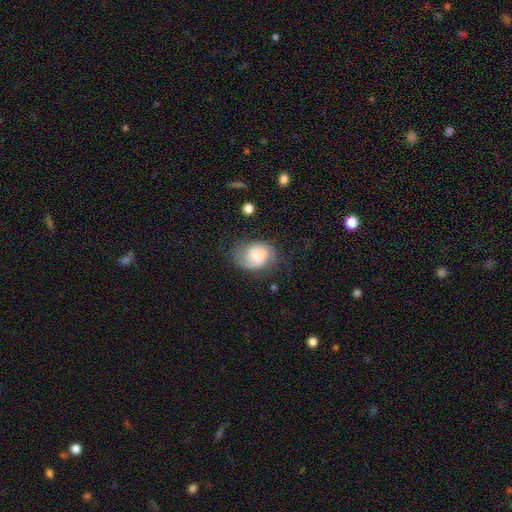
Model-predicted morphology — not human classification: smooth 47%, featured or disk 44%, star or artifact 9%. Down the decision tree: merging — none (36%).